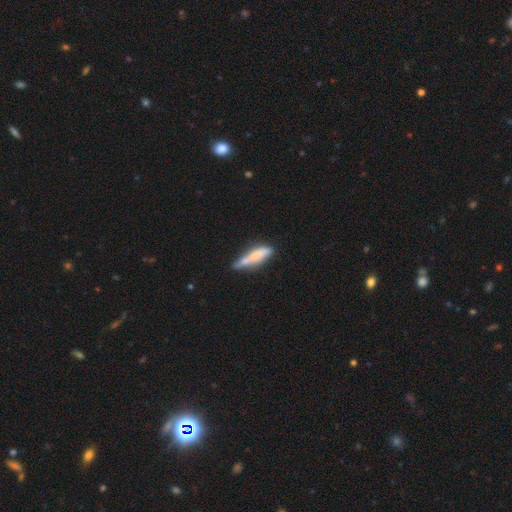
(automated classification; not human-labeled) Q: Smooth or featured?
A: smooth (69%); runner-up: featured or disk (24%)
Q: How rounded?
A: cigar-shaped (78%); runner-up: in between (20%)
Q: Merging?
A: none (54%); runner-up: minor disturbance (27%)